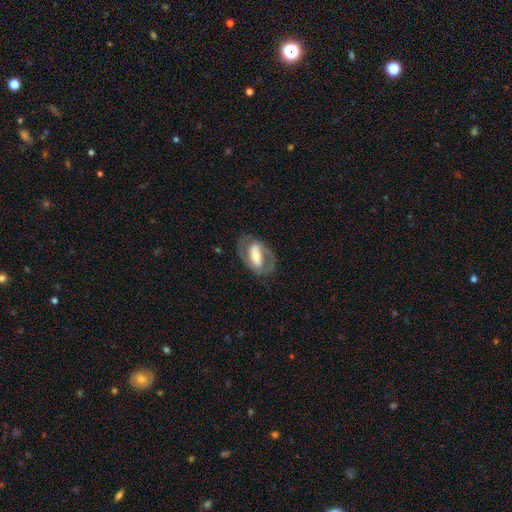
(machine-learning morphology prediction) Q: Smooth or featured?
A: featured or disk (72%); runner-up: smooth (22%)
Q: Edge-on disk?
A: no (93%); runner-up: yes (7%)
Q: Bar?
A: strong (58%); runner-up: weak (26%)
Q: Spiral arms?
A: yes (70%); runner-up: no (30%)
Q: Bulge size?
A: moderate (51%); runner-up: small (29%)
Q: Merging?
A: none (74%); runner-up: minor disturbance (15%)